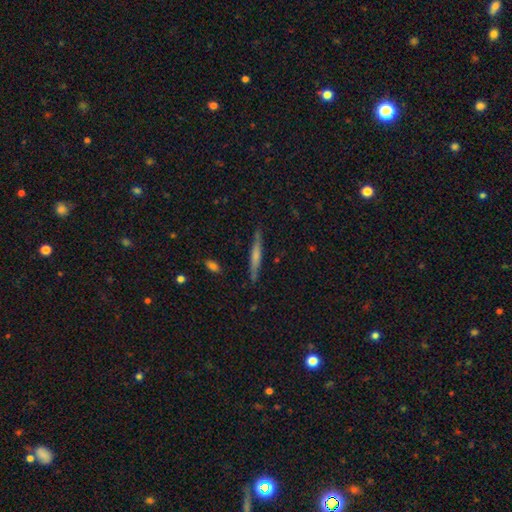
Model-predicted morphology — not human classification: Overall: featured or disk (55%; smooth 37%). Edge-on disk: yes (96%). Edge-on bulge: none (47%; rounded 41%). Merging: none (87%).